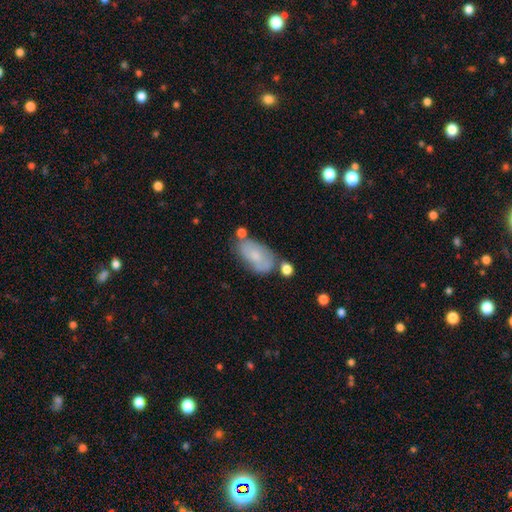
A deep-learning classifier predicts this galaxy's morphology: This is likely a smooth galaxy (66%). How rounded: clearly in between (92%). Merging: possibly none (57%).